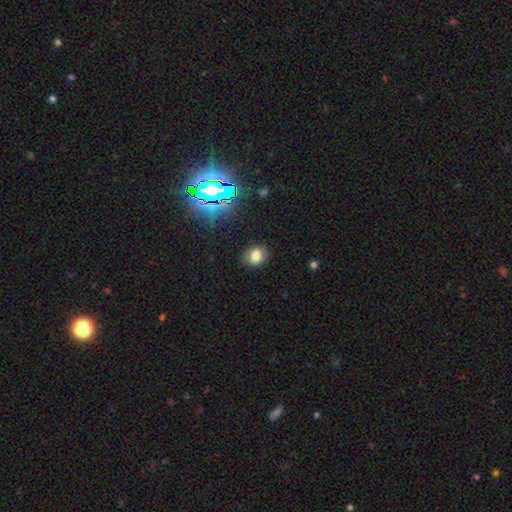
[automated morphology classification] Smooth or featured: smooth — 76% (star or artifact — 15%)
How rounded: round — 56% (in between — 43%)
Merging: none — 85% (minor disturbance — 11%)